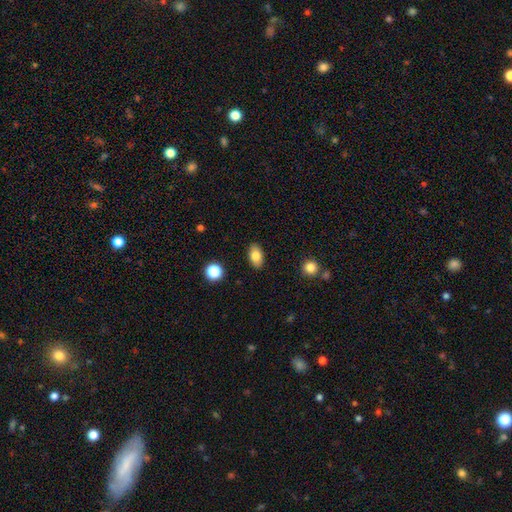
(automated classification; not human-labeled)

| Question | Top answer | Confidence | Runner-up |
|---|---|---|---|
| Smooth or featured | smooth | 81% | featured or disk (11%) |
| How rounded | in between | 90% | round (8%) |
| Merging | none | 88% | minor disturbance (8%) |